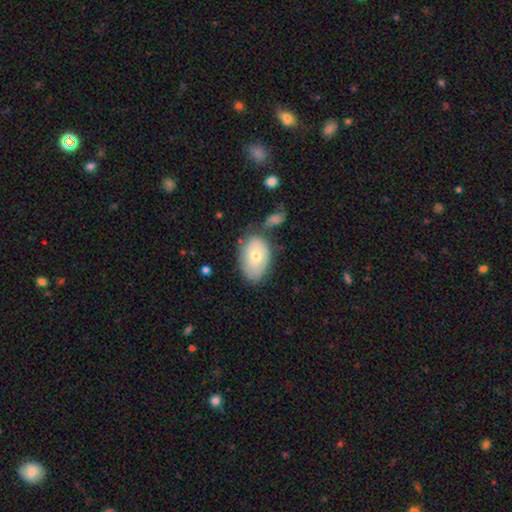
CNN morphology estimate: The model was most divided on "merging": none: 64%, minor disturbance: 21%, merger: 9%, major disturbance: 6%. More confident: how rounded — in between (89%); smooth or featured — smooth (68%).